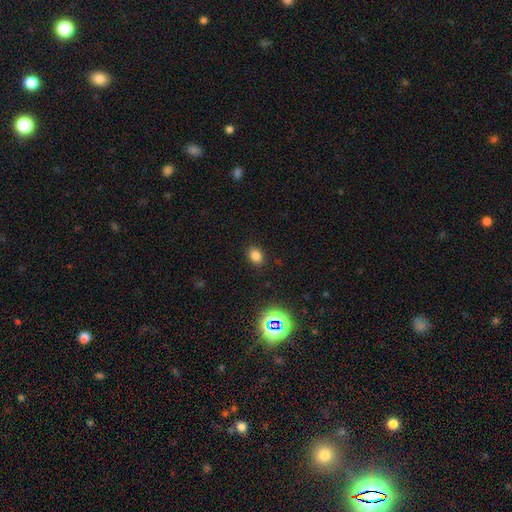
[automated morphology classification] This appears to be a smooth galaxy with no disk features (79%) that is in between round and cigar-shaped (65%). Merging: none (87%).